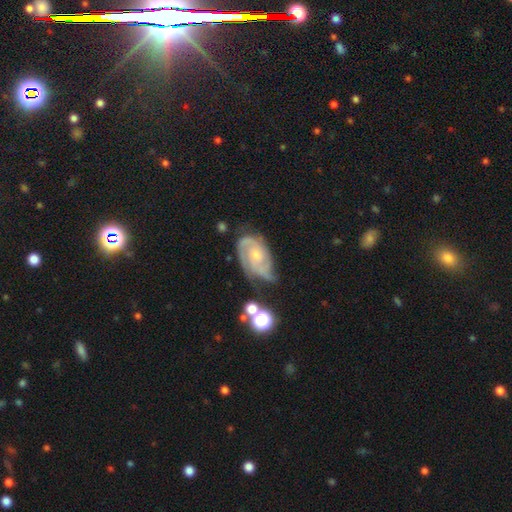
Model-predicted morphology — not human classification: This is clearly a featured or disk galaxy (82%). It is clearly not viewed edge-on (97%). Bar: likely no (70%). Spiral arm pattern: clearly yes (95%). Spiral arm count: marginally 2 (42%). Spiral winding: possibly tight (53%). Central bulge: possibly small (59%). Merging: possibly none (49%).